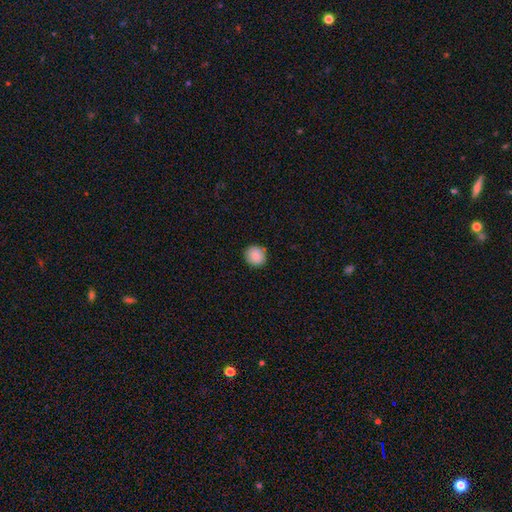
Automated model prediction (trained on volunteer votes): smooth 87%, star or artifact 8%, featured or disk 5%. Down the decision tree: how rounded — round (89%); merging — none (89%).